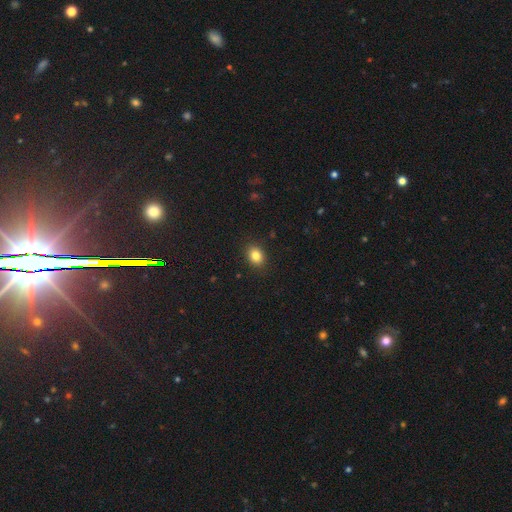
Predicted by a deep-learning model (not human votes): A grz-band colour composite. It shows a smooth galaxy with no disk features (84%) that is in between round and cigar-shaped (60%). Merging: none (89%).